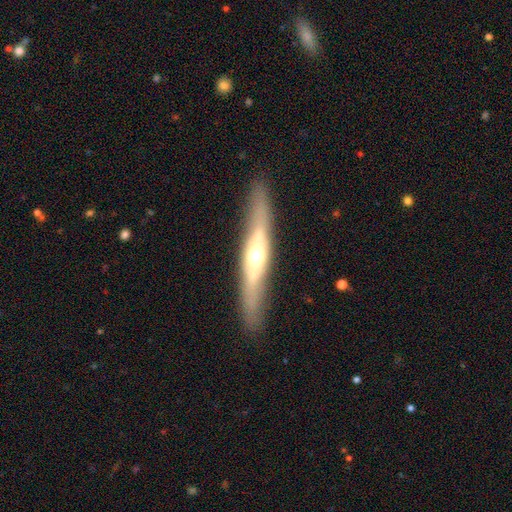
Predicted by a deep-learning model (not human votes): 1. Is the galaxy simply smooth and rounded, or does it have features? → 64% featured or disk, 31% smooth, 6% star or artifact.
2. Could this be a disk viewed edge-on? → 87% yes, 13% no.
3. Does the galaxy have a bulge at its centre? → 89% rounded, 7% none, 4% boxy.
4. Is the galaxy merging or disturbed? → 87% none, 9% minor disturbance, 3% major disturbance, 1% merger.